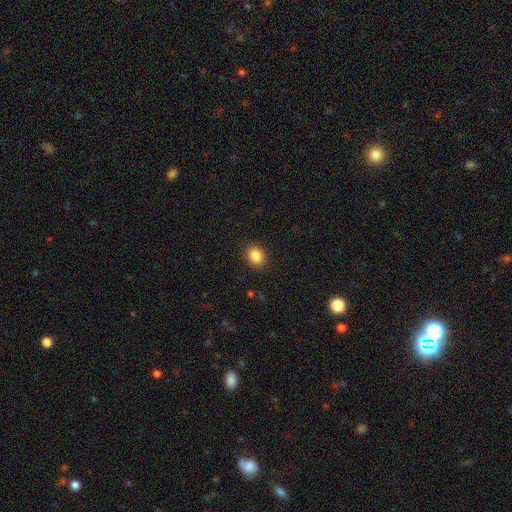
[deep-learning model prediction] A smooth galaxy with no disk features (86%) that is round (55%). Merging: none (89%).